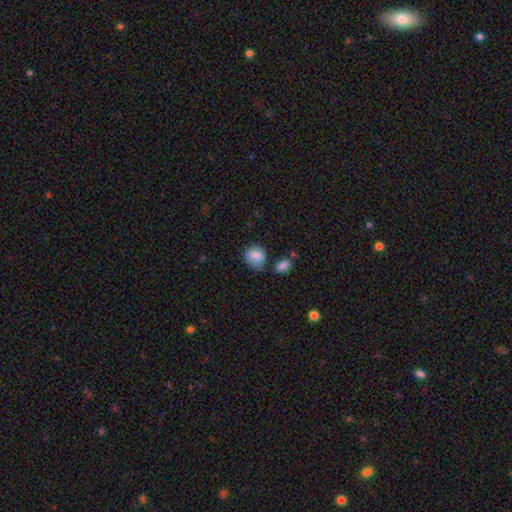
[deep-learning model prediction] A smooth galaxy with no disk features (85%) that is round (57%).

Vote fractions:
- Smooth or featured? smooth: 85% / star or artifact: 9% / featured or disk: 7%
- How rounded? round: 57% / in between: 42% / cigar-shaped: 1%
- Merging? none: 54% / minor disturbance: 27% / merger: 10% / major disturbance: 9%